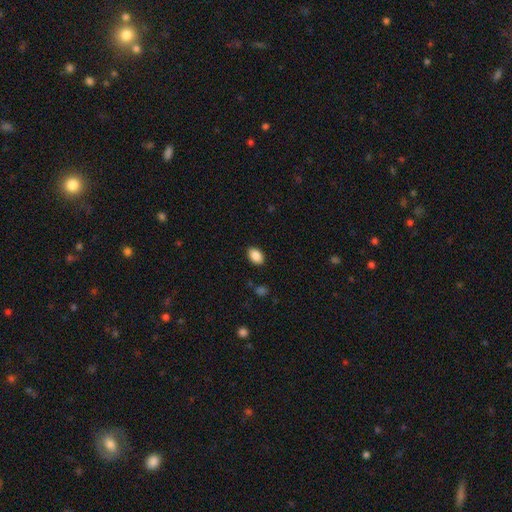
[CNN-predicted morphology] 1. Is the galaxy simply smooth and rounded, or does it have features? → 89% smooth, 8% star or artifact, 4% featured or disk.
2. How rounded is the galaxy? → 88% in between, 11% round, 1% cigar-shaped.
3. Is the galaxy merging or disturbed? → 88% none, 9% minor disturbance, 2% major disturbance, 1% merger.